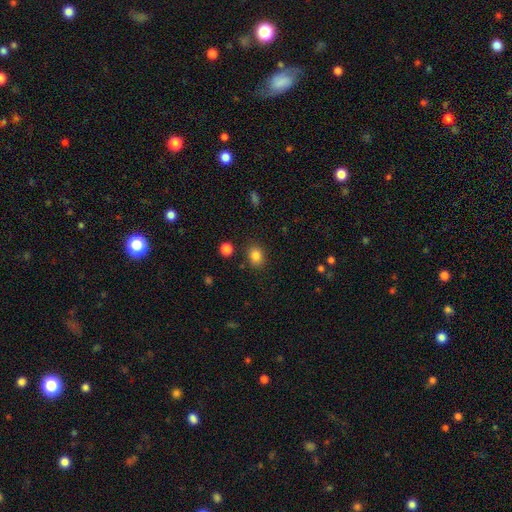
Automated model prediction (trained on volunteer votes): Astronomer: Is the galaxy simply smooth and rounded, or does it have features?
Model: smooth — 84%.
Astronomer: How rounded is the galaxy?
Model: in between — 52% (runner-up: round, 47%).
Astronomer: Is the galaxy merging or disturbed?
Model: none — 84%.